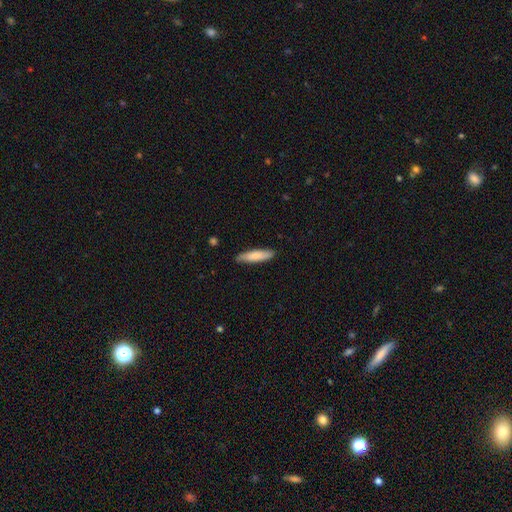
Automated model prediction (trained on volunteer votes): A smooth galaxy with no disk features (79%) that is cigar-shaped (79%).

Vote fractions:
- Smooth or featured? smooth: 79% / featured or disk: 16% / star or artifact: 5%
- How rounded? cigar-shaped: 79% / in between: 20% / round: 1%
- Merging? none: 86% / minor disturbance: 11% / major disturbance: 2% / merger: 1%